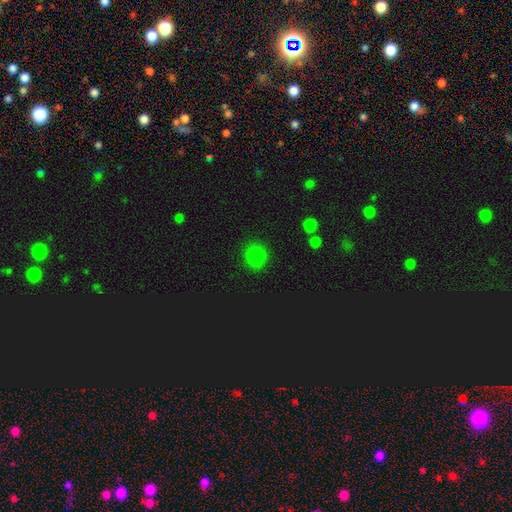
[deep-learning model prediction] Q: Smooth or featured?
A: smooth (81%); runner-up: star or artifact (14%)
Q: How rounded?
A: round (88%); runner-up: in between (11%)
Q: Merging?
A: none (88%); runner-up: minor disturbance (7%)